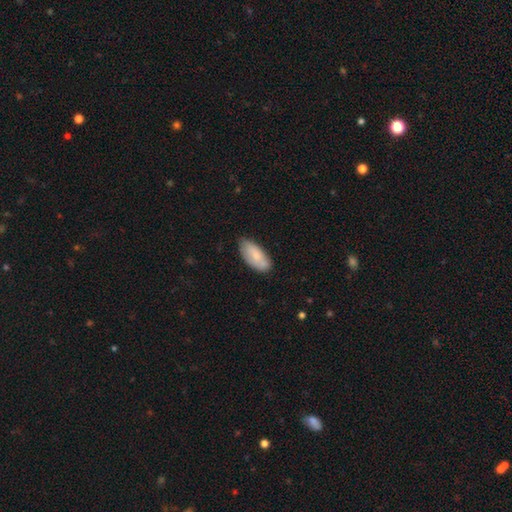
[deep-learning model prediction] Smooth or featured? smooth (77%)
How rounded? in between (90%)
Merging? none (73%)